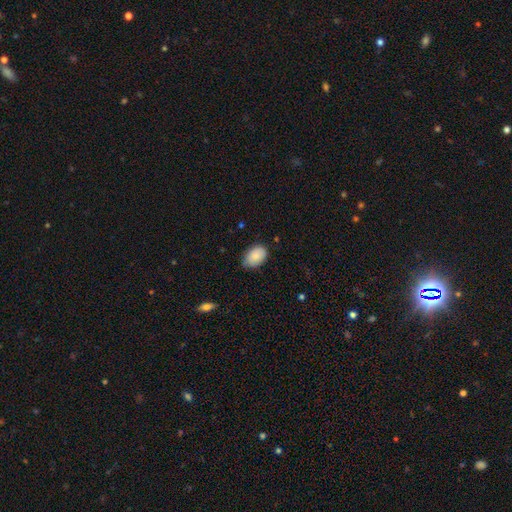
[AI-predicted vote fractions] Smooth or featured?
  - smooth: 86% *
  - featured or disk: 7%
  - star or artifact: 7%
How rounded?
  - in between: 86% *
  - round: 13%
  - cigar-shaped: 1%
Merging?
  - none: 68% *
  - minor disturbance: 27%
  - major disturbance: 4%
  - merger: 1%